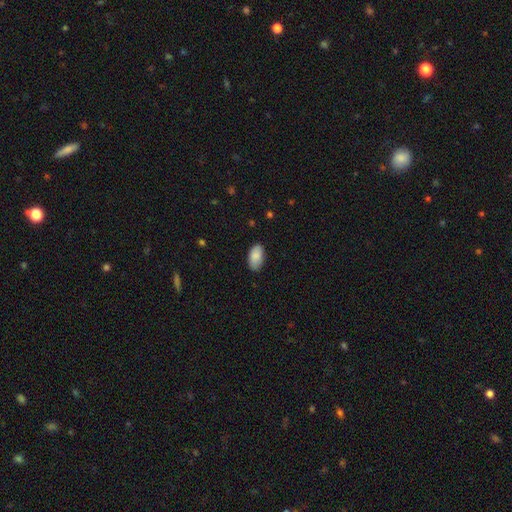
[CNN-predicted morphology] Q: Smooth or featured?
A: smooth (87%); runner-up: featured or disk (7%)
Q: How rounded?
A: in between (95%); runner-up: round (3%)
Q: Merging?
A: none (82%); runner-up: minor disturbance (15%)